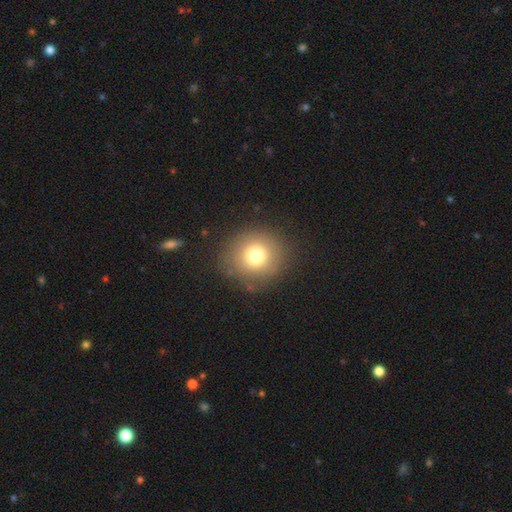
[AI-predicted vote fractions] A smooth galaxy with no disk features (76%) that is round (90%). Merging: none (85%).